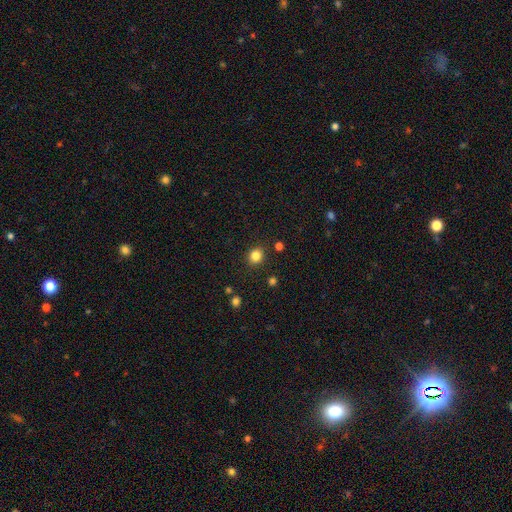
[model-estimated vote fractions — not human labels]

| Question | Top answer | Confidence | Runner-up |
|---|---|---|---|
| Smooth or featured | smooth | 83% | star or artifact (12%) |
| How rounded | round | 76% | in between (23%) |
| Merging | none | 88% | minor disturbance (8%) |